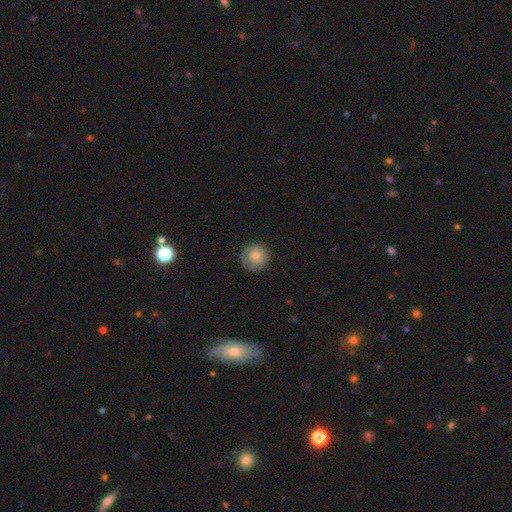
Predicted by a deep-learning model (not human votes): A smooth galaxy with no disk features (78%) that is round (93%). Merging: none (86%).